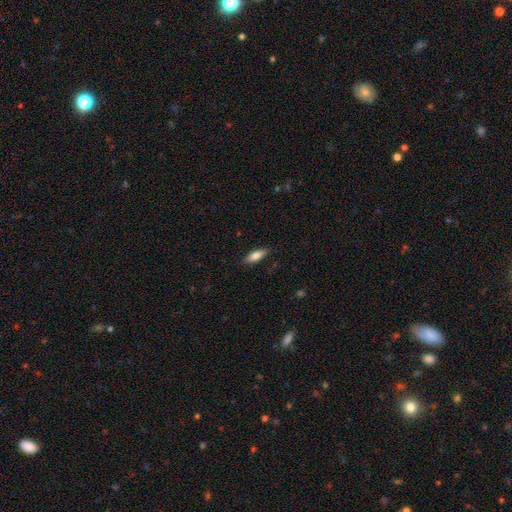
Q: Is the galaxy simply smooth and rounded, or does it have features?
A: smooth — 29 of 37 (78%).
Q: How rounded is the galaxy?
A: in between — 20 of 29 (69%).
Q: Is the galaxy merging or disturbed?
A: none — 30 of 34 (88%).